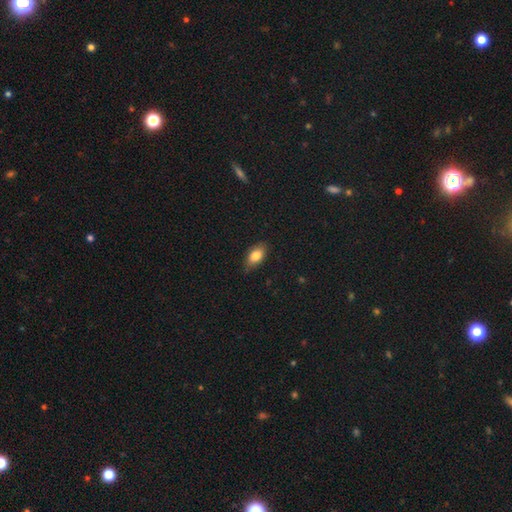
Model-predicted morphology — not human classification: Smooth or featured: smooth — 81% (featured or disk — 12%)
How rounded: in between — 89% (round — 7%)
Merging: none — 78% (minor disturbance — 18%)